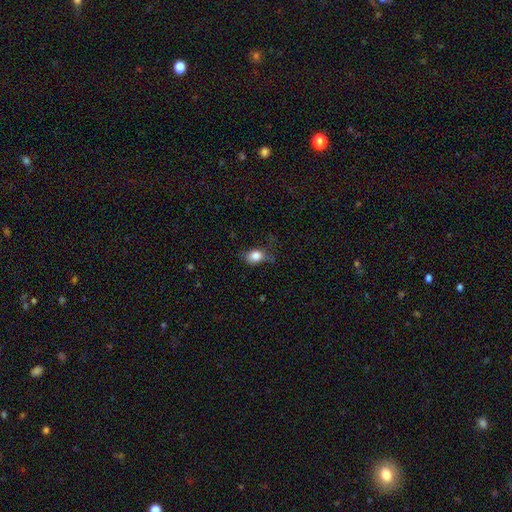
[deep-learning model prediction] A smooth galaxy with no disk features (82%) that is in between round and cigar-shaped (66%).

Vote fractions:
- Smooth or featured? smooth: 82% / star or artifact: 9% / featured or disk: 9%
- How rounded? in between: 66% / round: 32% / cigar-shaped: 2%
- Merging? none: 57% / minor disturbance: 30% / major disturbance: 12% / merger: 2%